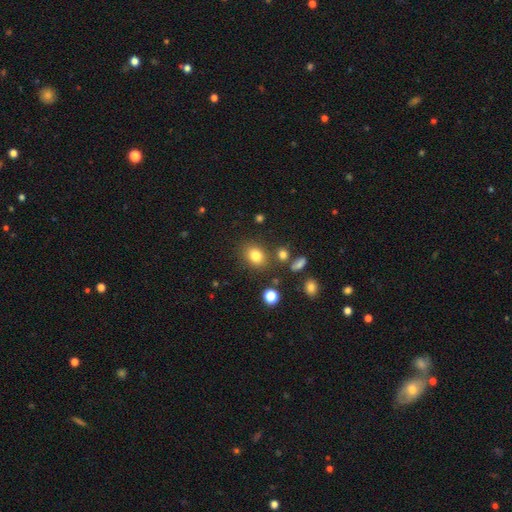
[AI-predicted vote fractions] Overall: smooth (80%). How rounded: in between (51%; round 48%). Merging: none (79%).